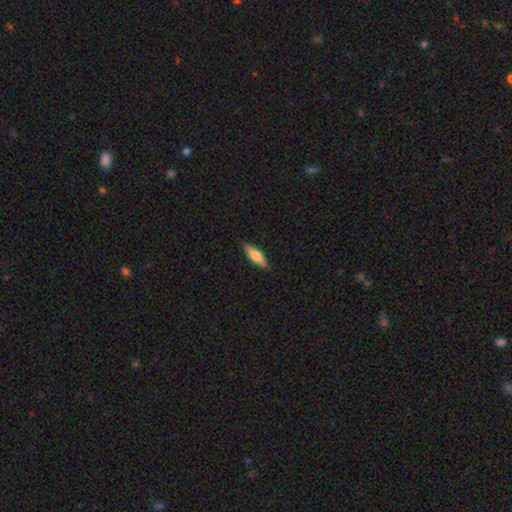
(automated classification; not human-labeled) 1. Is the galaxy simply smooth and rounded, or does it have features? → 76% smooth, 18% featured or disk, 6% star or artifact.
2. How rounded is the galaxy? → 58% cigar-shaped, 40% in between, 2% round.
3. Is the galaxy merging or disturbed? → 87% none, 10% minor disturbance, 2% major disturbance, 1% merger.